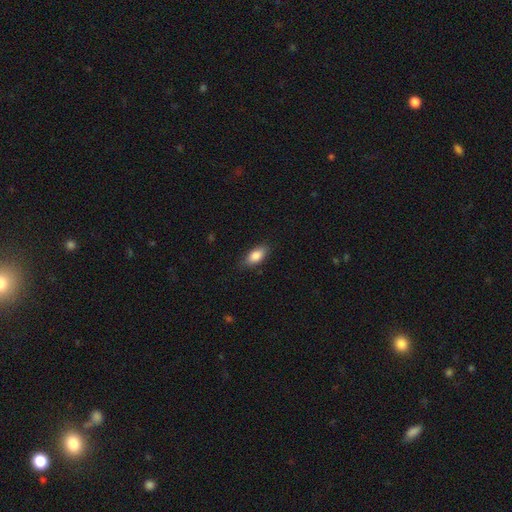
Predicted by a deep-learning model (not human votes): Smooth or featured? Predicted: smooth (p=0.85). How rounded? Predicted: in between (p=0.87). Merging? Predicted: none (p=0.83).